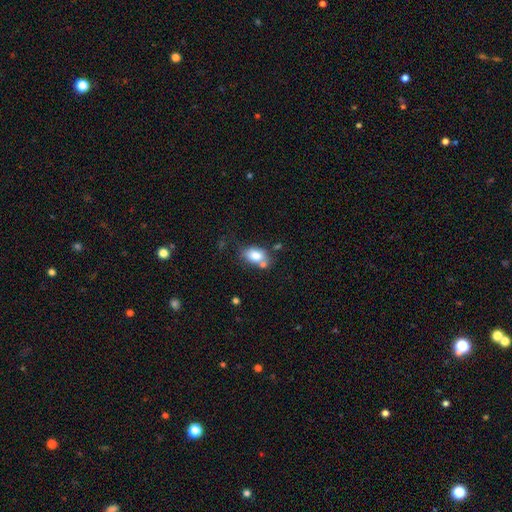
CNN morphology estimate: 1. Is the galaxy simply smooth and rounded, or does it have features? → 79% smooth, 12% featured or disk, 9% star or artifact.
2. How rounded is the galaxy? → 79% in between, 19% round, 1% cigar-shaped.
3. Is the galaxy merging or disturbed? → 51% none, 22% merger, 20% minor disturbance, 7% major disturbance.